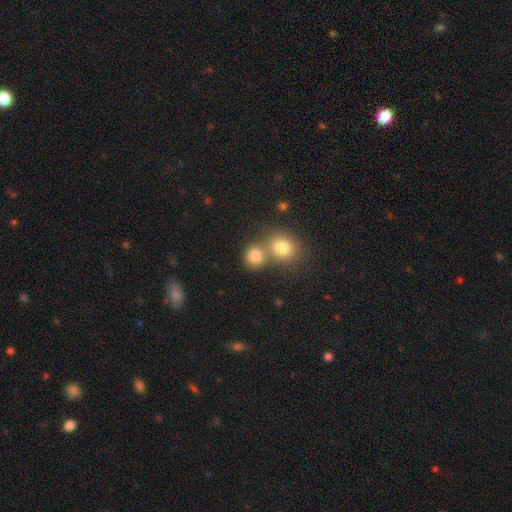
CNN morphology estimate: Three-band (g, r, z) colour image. It shows a smooth galaxy with no disk features (79%) that is round (84%). Merging: none (50%).